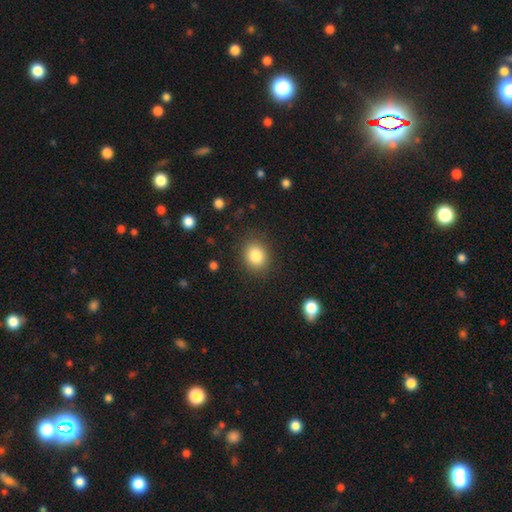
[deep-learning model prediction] smooth 84%, star or artifact 10%, featured or disk 6%. Down the decision tree: how rounded — round (66%); merging — none (87%).